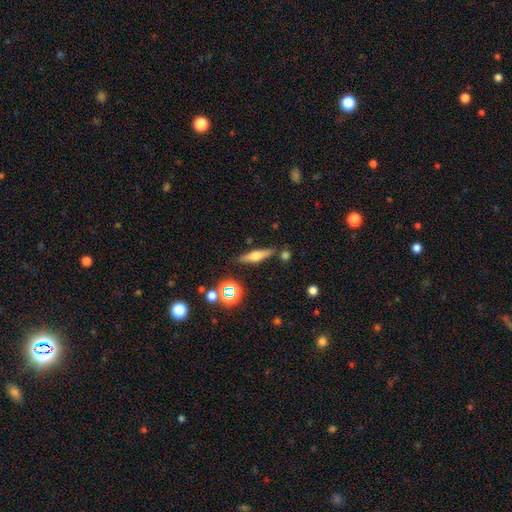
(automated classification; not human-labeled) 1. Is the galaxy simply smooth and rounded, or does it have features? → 51% featured or disk, 39% smooth, 10% star or artifact.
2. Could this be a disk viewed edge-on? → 93% yes, 7% no.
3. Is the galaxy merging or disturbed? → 81% none, 11% minor disturbance, 6% merger, 3% major disturbance.